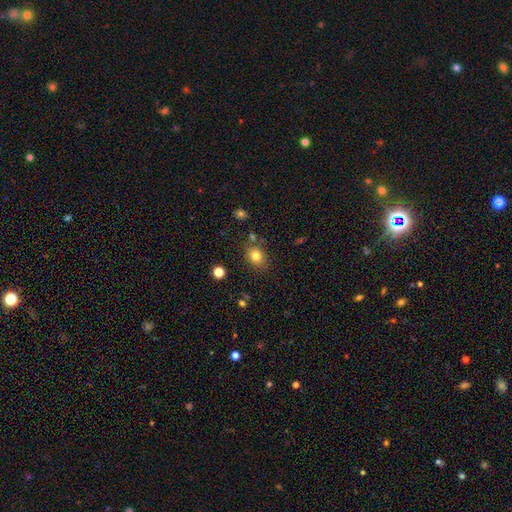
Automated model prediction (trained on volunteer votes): Q: Smooth or featured?
A: smooth (80%); runner-up: star or artifact (12%)
Q: How rounded?
A: round (53%); runner-up: in between (46%)
Q: Merging?
A: none (77%); runner-up: minor disturbance (14%)